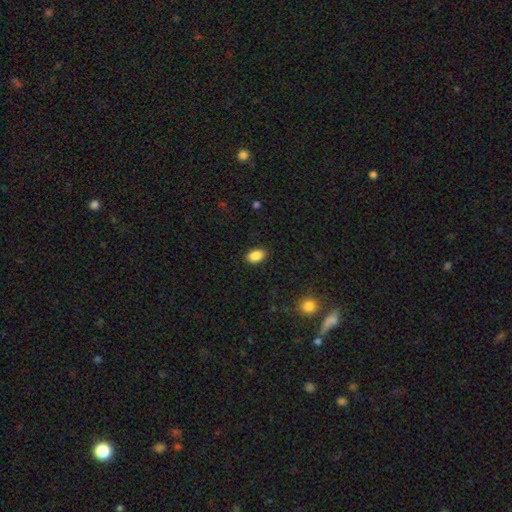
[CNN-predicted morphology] Smooth or featured? Predicted: smooth (p=0.88). How rounded? Predicted: in between (p=0.90). Merging? Predicted: none (p=0.89).